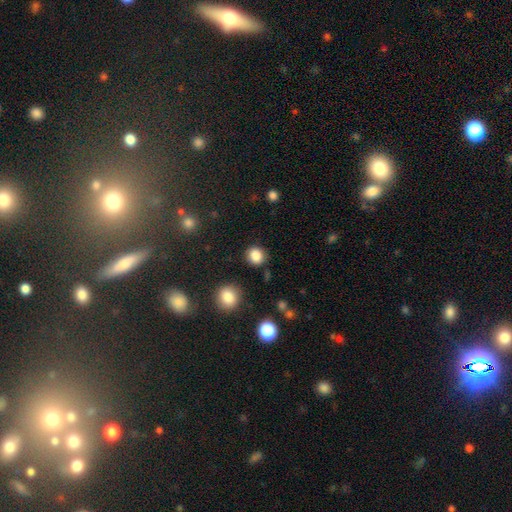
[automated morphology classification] Overall: smooth (85%). How rounded: round (83%). Merging: none (87%).